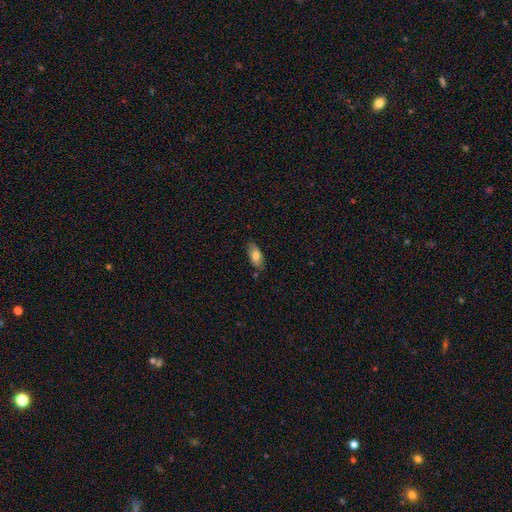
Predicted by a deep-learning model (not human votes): Smooth or featured? smooth (75%)
How rounded? in between (88%)
Merging? none (77%)